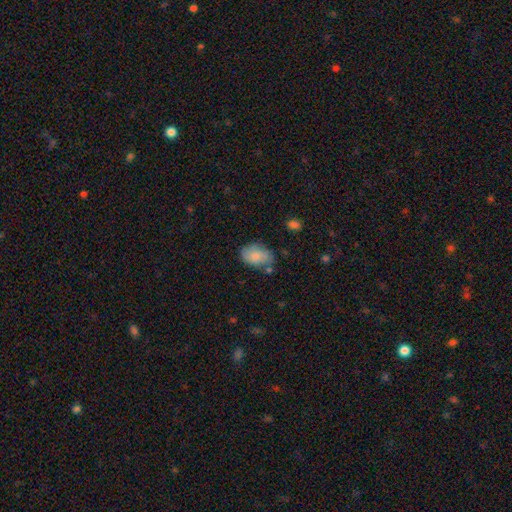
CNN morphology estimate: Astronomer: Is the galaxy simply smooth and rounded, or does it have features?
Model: smooth — 79%.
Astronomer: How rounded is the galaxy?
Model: in between — 88%.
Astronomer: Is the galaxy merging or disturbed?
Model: none — 66%.